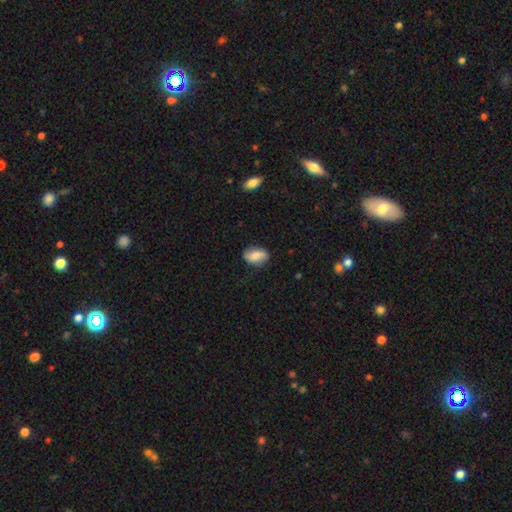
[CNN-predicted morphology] This appears to be a smooth galaxy with no disk features (70%) that is in between round and cigar-shaped (85%). Merging: none (79%).